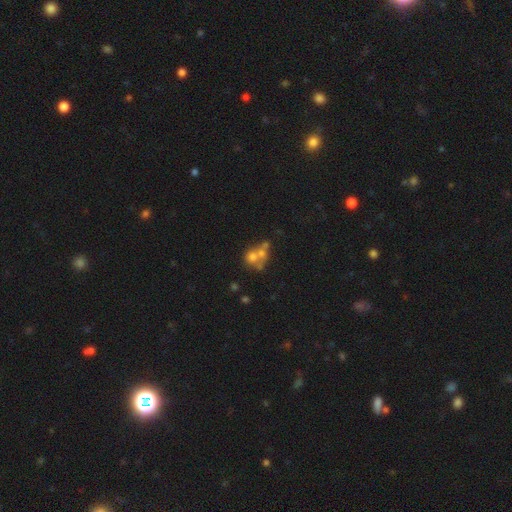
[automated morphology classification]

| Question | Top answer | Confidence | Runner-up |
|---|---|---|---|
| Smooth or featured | smooth | 55% | featured or disk (30%) |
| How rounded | round | 71% | in between (28%) |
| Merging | merger | 56% | none (28%) |